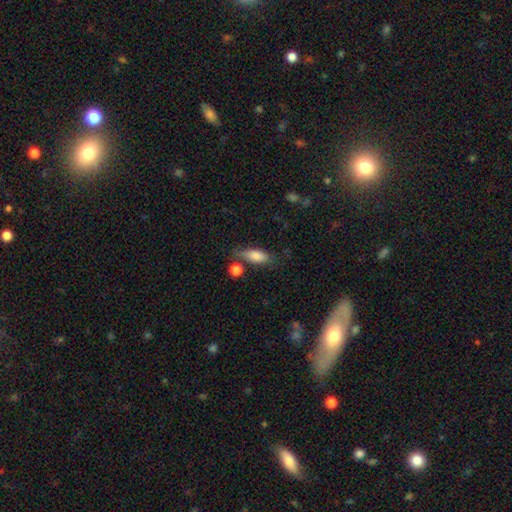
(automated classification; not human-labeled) Overall: smooth (79%). How rounded: in between (72%). Merging: none (64%).